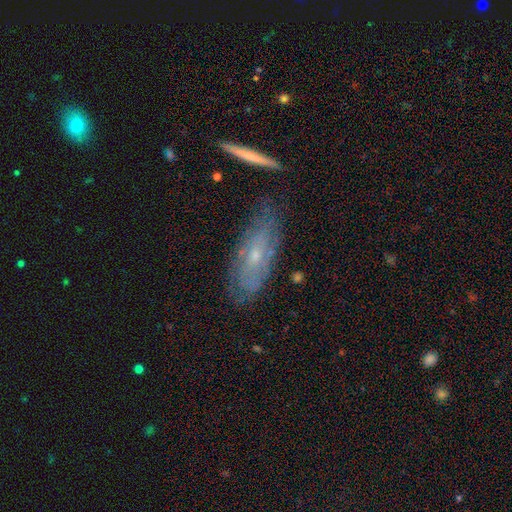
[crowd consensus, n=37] featured or disk 73%, smooth 24%, star or artifact 3%. Down the decision tree: edge-on disk — no (85%); bar — no (87%); spiral arms — yes (70%); spiral arm count — 2 (50%); spiral winding — tight (75%); bulge size — small (61%); merging — none (53%).